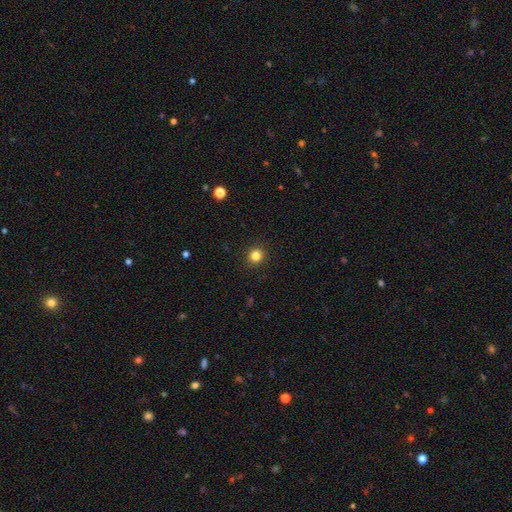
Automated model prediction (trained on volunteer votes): smooth-or-featured: smooth: 83% | star or artifact: 13% | featured or disk: 4%
  how-rounded: round: 92% | in between: 7% | cigar-shaped: 1%
  merging: none: 92% | minor disturbance: 5% | major disturbance: 2% | merger: 1%